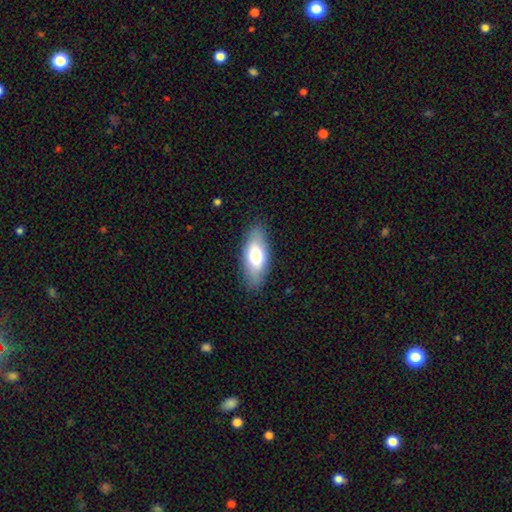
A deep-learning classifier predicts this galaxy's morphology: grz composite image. It shows a smooth galaxy with no disk features (72%) that is in between round and cigar-shaped (80%). Merging: none (85%).